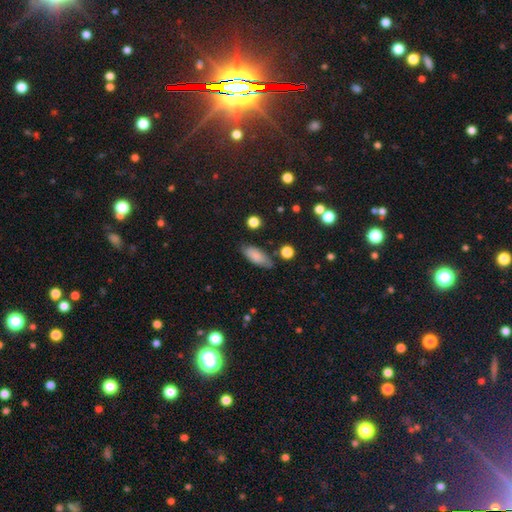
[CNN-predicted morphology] This appears to be a smooth galaxy with no disk features (79%) that is in between round and cigar-shaped (82%). Merging: none (76%).